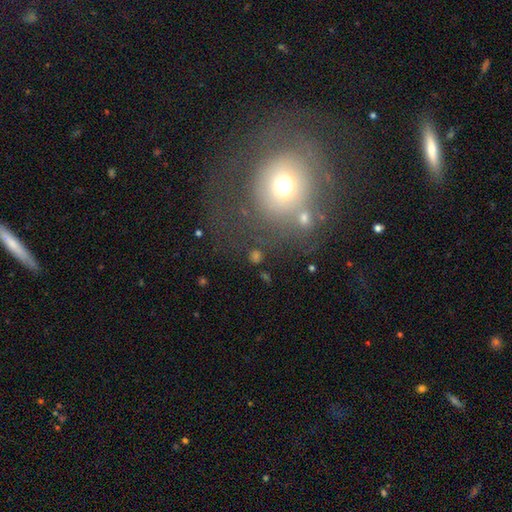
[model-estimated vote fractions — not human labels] This is possibly a smooth galaxy (52%). How rounded: likely round (73%). Merging: likely none (64%).